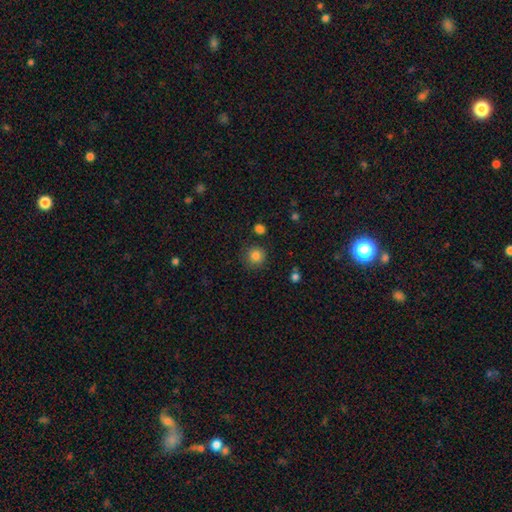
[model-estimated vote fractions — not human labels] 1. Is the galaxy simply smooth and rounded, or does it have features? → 84% smooth, 11% star or artifact, 5% featured or disk.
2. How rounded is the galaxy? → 93% round, 6% in between, 1% cigar-shaped.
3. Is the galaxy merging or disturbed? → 85% none, 9% minor disturbance, 3% major disturbance, 3% merger.